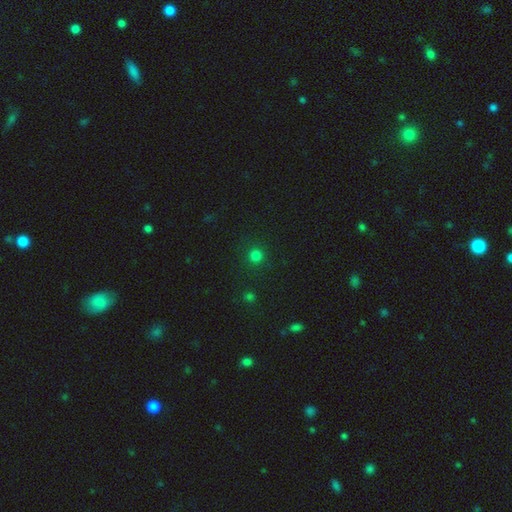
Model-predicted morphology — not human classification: Overall: smooth (79%). How rounded: round (94%). Merging: none (89%).